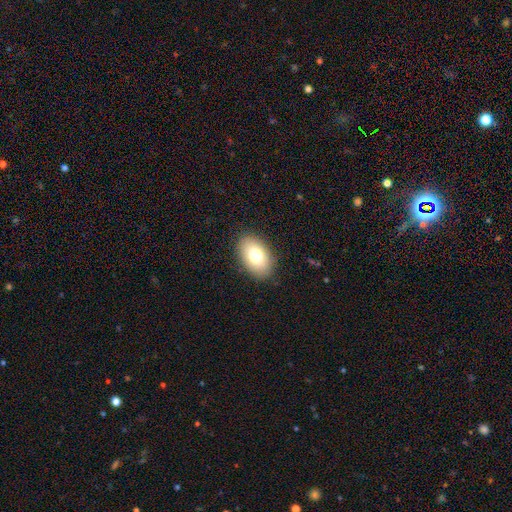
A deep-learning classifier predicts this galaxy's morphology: smooth_or_featured: smooth (p=0.78) [alt: featured or disk p=0.14]
how_rounded: in between (p=0.90) [alt: round p=0.08]
merging: none (p=0.88) [alt: minor disturbance p=0.09]